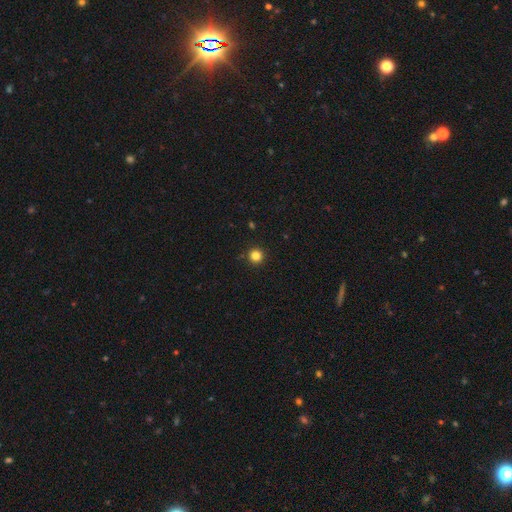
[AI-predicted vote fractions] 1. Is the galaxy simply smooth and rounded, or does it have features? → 83% smooth, 13% star or artifact, 4% featured or disk.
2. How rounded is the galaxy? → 96% round, 3% in between, 1% cigar-shaped.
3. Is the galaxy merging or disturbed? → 93% none, 4% minor disturbance, 1% major disturbance, 1% merger.